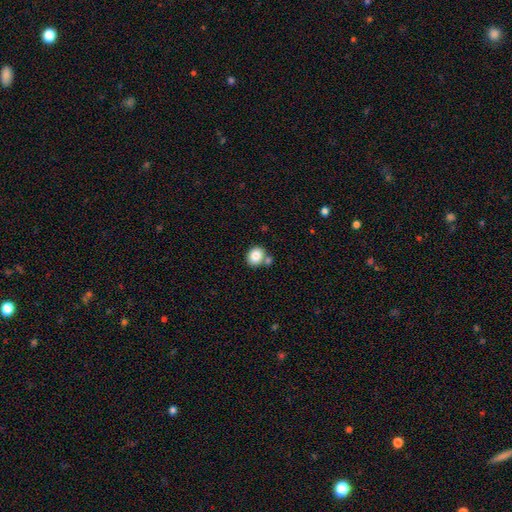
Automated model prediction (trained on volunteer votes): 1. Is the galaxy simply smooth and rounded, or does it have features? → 83% smooth, 9% star or artifact, 8% featured or disk.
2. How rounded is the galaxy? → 68% round, 32% in between, 1% cigar-shaped.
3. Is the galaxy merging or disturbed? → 65% none, 21% merger, 11% minor disturbance, 3% major disturbance.